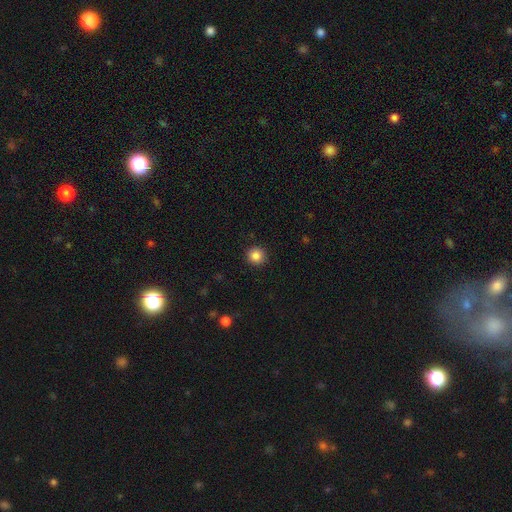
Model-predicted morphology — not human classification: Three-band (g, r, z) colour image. It shows a smooth galaxy with no disk features (85%) that is round (94%). Merging: none (92%).